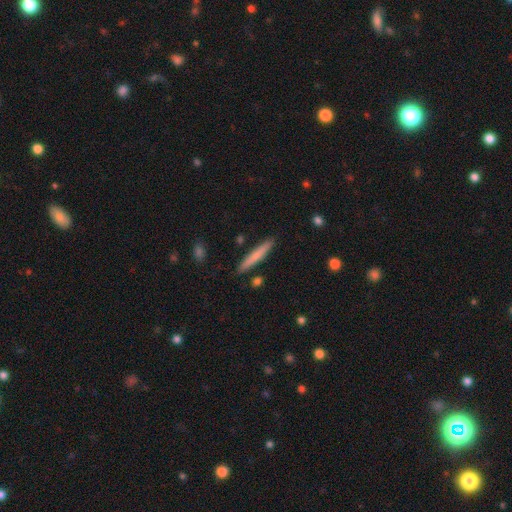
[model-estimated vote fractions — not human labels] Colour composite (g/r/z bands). It shows a smooth galaxy with no disk features (66%) that is cigar-shaped (95%). Merging: none (88%).